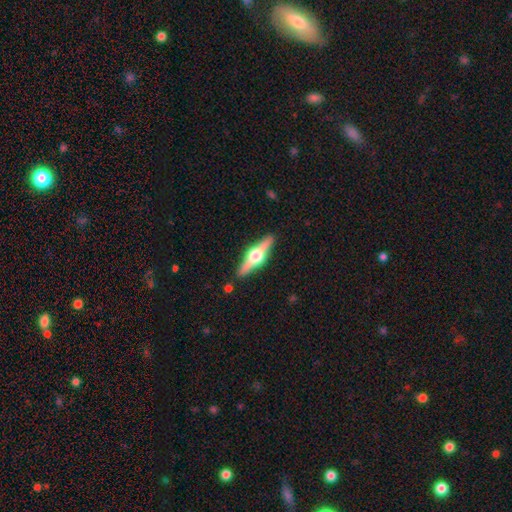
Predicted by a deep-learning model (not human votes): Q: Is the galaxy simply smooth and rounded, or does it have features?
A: featured or disk — 78%.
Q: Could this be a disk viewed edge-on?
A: yes — 98%.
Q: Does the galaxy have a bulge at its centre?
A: rounded — 96%.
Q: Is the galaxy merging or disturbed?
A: none — 89%.